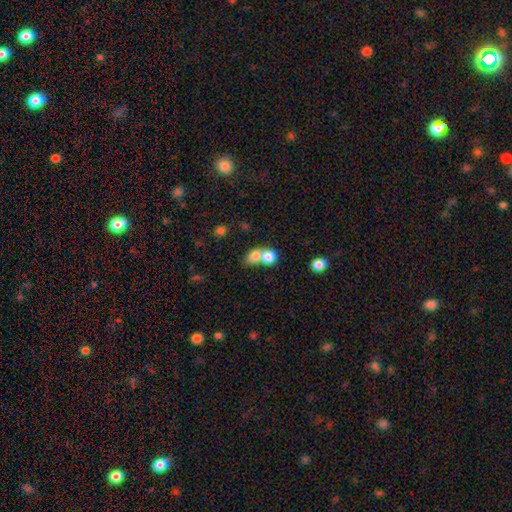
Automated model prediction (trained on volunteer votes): Smooth or featured? Predicted: smooth (p=0.78). How rounded? Predicted: round (p=0.63). Merging? Predicted: merger (p=0.68).